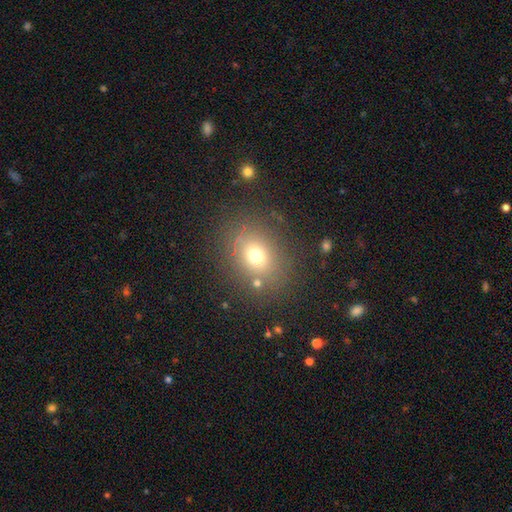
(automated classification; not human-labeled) A smooth galaxy with no disk features (69%) that is round (55%).

Vote fractions:
- Smooth or featured? smooth: 69% / star or artifact: 17% / featured or disk: 13%
- How rounded? round: 55% / in between: 43% / cigar-shaped: 1%
- Merging? none: 79% / minor disturbance: 11% / major disturbance: 5% / merger: 5%